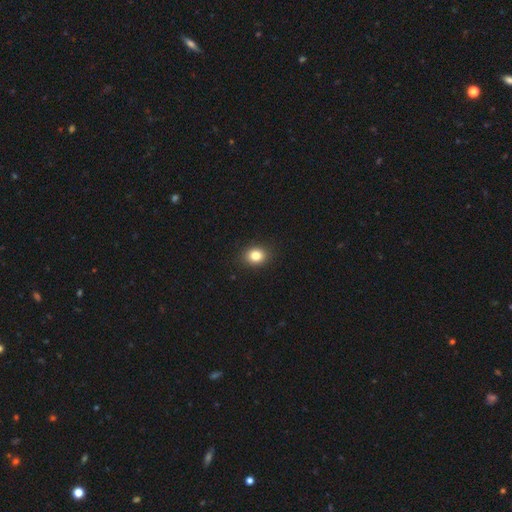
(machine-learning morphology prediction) Smooth or featured? Predicted: smooth (p=0.82). How rounded? Predicted: round (p=0.60). Merging? Predicted: none (p=0.90).